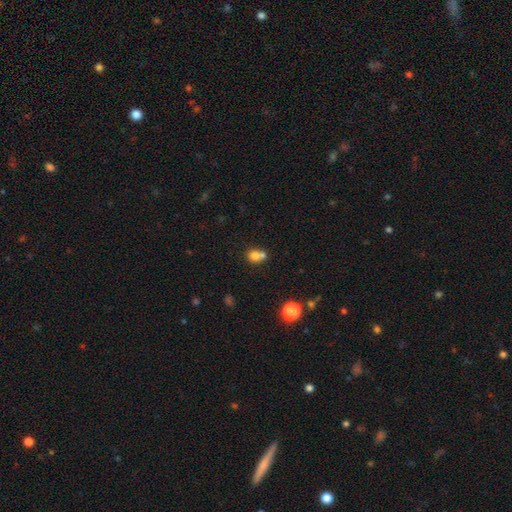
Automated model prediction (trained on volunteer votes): Q: Smooth or featured?
A: smooth (75%); runner-up: star or artifact (13%)
Q: How rounded?
A: round (70%); runner-up: in between (29%)
Q: Merging?
A: merger (55%); runner-up: none (35%)